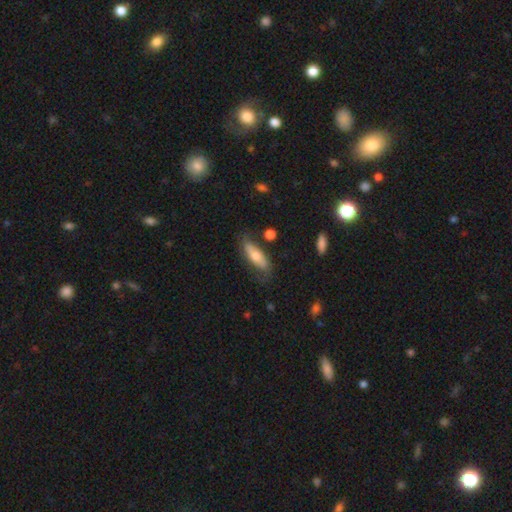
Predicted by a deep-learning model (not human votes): Smooth or featured?
  - smooth: 59% *
  - featured or disk: 35%
  - star or artifact: 6%
How rounded?
  - in between: 57% *
  - cigar-shaped: 41%
  - round: 2%
Merging?
  - none: 65% *
  - minor disturbance: 23%
  - major disturbance: 8%
  - merger: 4%